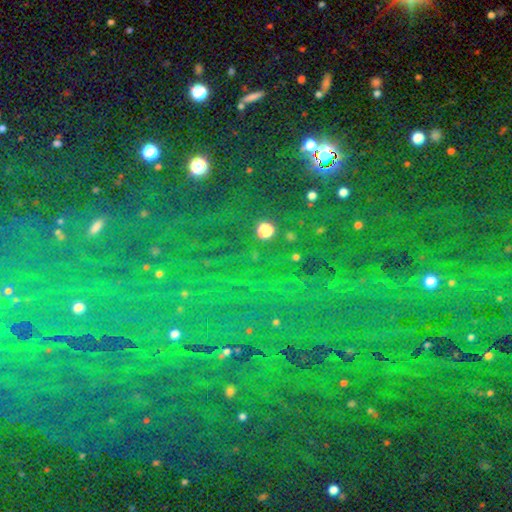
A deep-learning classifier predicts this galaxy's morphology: This is clearly a star or artifact rather than a galaxy (82%).